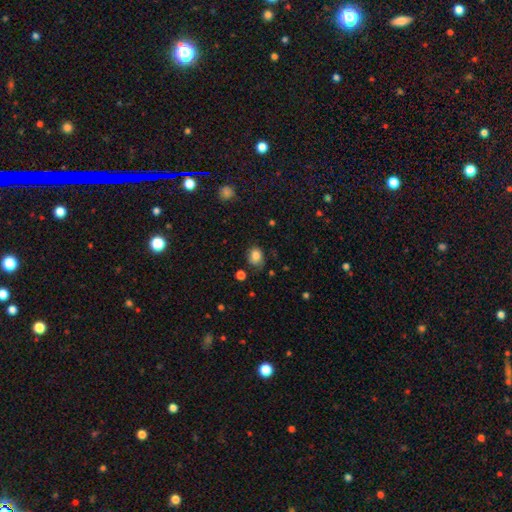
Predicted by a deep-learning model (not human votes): Morphology: type=smooth (83%); roundness=in between (57%); merging=none (62%).